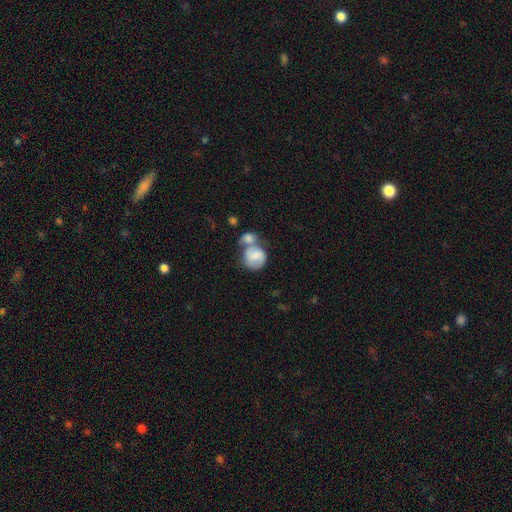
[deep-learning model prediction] Overall: smooth (64%; featured or disk 29%). How rounded: round (74%). Merging: merger (60%; none 22%).